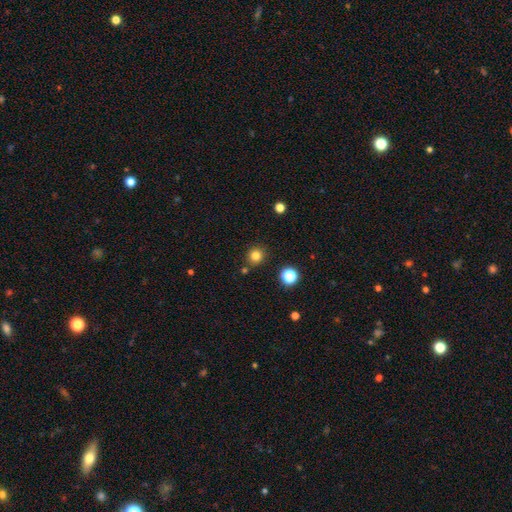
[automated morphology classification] Overall: smooth (80%). How rounded: round (89%). Merging: none (84%).